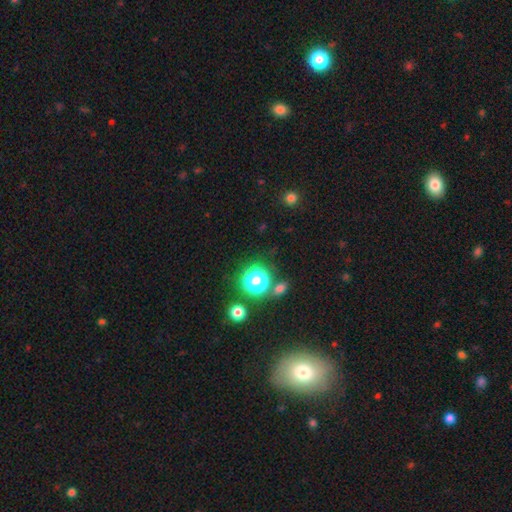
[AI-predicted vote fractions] Smooth or featured: star or artifact — 58% (smooth — 34%)